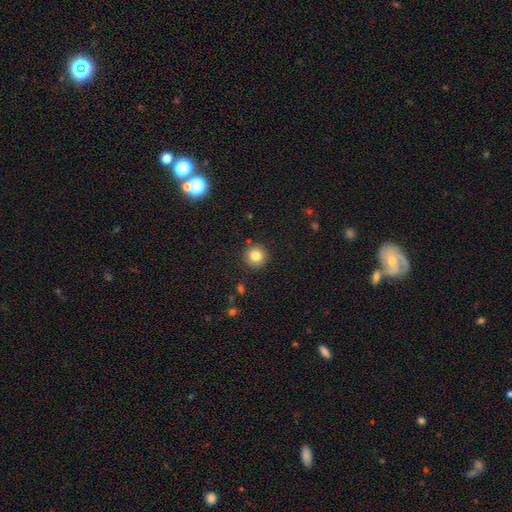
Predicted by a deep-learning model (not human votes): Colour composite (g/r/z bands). It shows a smooth galaxy with no disk features (82%) that is round (94%). Merging: none (89%).